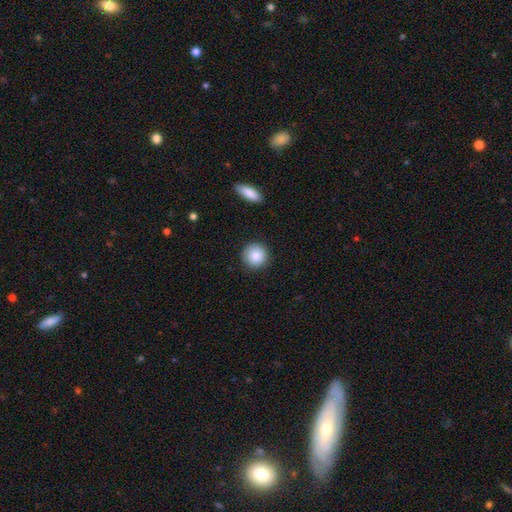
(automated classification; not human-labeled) Overall: smooth (87%). How rounded: round (94%). Merging: none (90%).